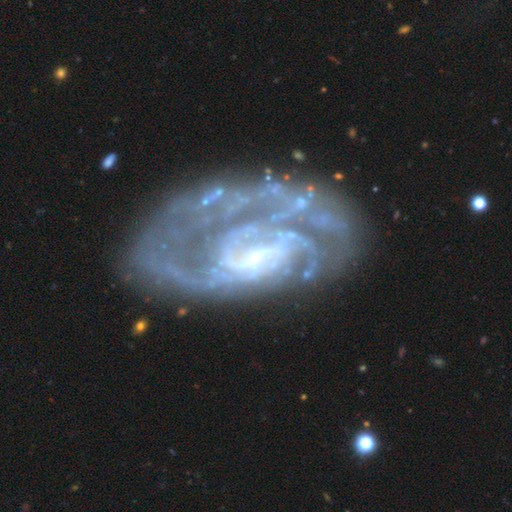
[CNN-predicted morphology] A featured or disk galaxy (85%) with a weak bar (44%), tight (48%) spiral arms (87%) and a small central bulge (45%).

Vote fractions:
- Smooth or featured? featured or disk: 85% / smooth: 8% / star or artifact: 7%
- Edge-on disk? no: 96% / yes: 4%
- Bar? weak: 44% / no: 36% / strong: 20%
- Spiral arms? yes: 87% / no: 13%
- Spiral winding? tight: 48% / medium: 37% / loose: 15%
- Spiral arm count? can't tell: 37% / 2: 28% / 3: 13% / 1: 12% / 4: 6% / more than 4: 5%
- Bulge size? small: 45% / none: 27% / moderate: 24% / large: 4% / dominant: 1%
- Merging? none: 54% / major disturbance: 22% / minor disturbance: 20% / merger: 4%